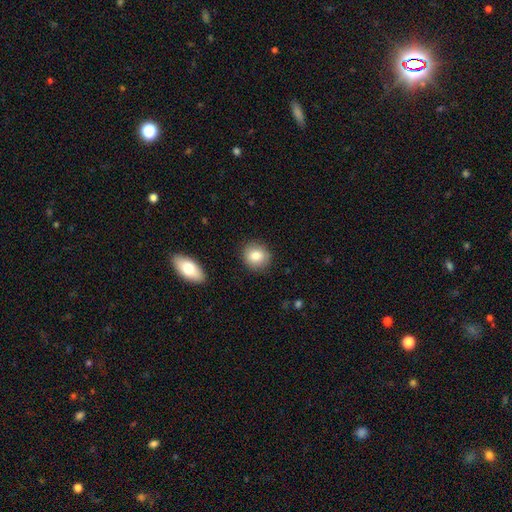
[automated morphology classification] Smooth or featured?
  - smooth: 82% *
  - featured or disk: 9%
  - star or artifact: 8%
How rounded?
  - round: 83% *
  - in between: 16%
  - cigar-shaped: 1%
Merging?
  - none: 88% *
  - minor disturbance: 8%
  - major disturbance: 2%
  - merger: 2%